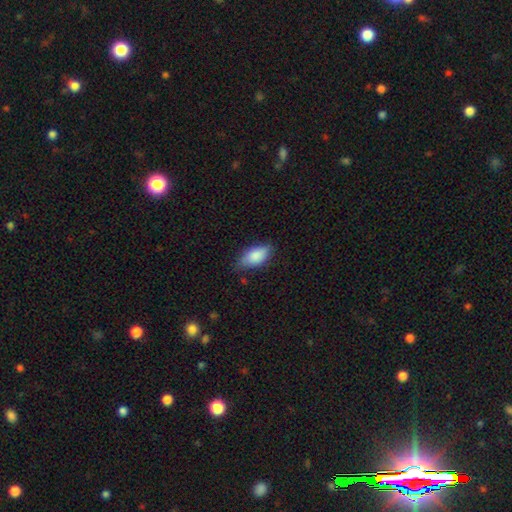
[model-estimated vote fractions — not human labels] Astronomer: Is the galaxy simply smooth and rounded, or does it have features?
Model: smooth — 85%.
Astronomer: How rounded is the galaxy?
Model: in between — 91%.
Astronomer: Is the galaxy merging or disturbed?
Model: none — 69%.